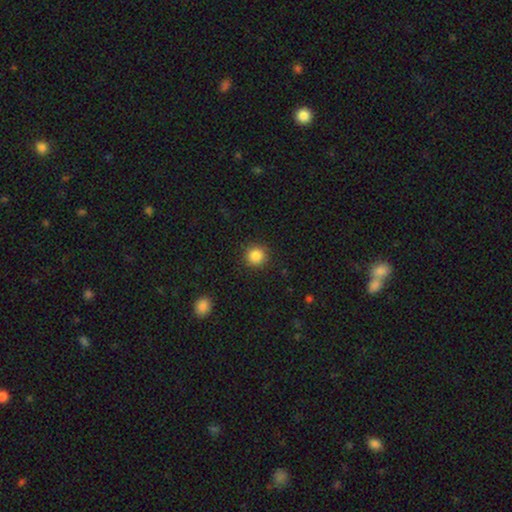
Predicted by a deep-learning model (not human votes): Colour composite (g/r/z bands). It shows a smooth galaxy with no disk features (86%) that is round (94%). Merging: none (91%).